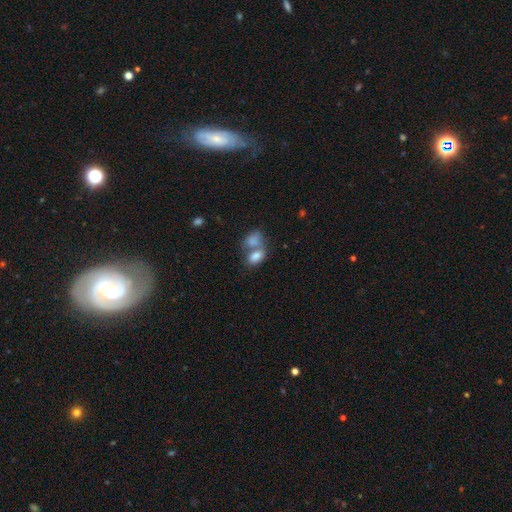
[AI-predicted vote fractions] smooth-or-featured: smooth: 80% | featured or disk: 12% | star or artifact: 8%
  how-rounded: in between: 86% | round: 13% | cigar-shaped: 1%
  merging: merger: 64% | none: 22% | minor disturbance: 8% | major disturbance: 6%